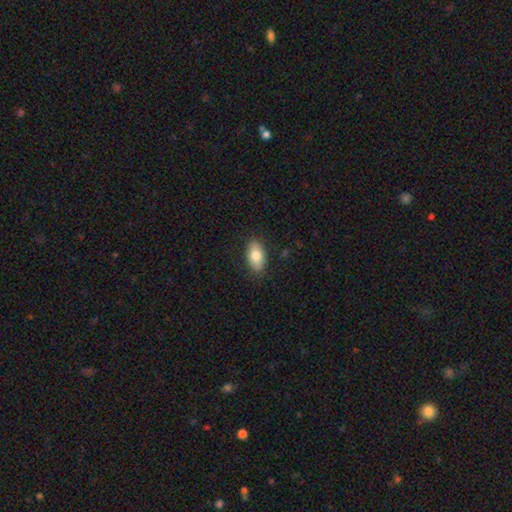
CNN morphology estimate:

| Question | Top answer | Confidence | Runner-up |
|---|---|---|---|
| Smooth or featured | smooth | 78% | featured or disk (15%) |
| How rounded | in between | 92% | round (4%) |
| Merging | none | 86% | minor disturbance (10%) |